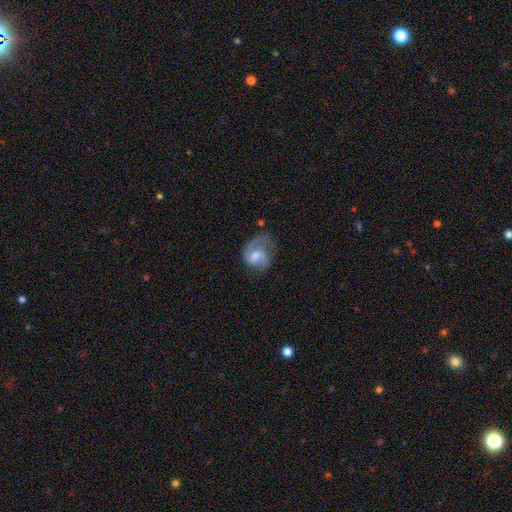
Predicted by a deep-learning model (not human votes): A featured or disk galaxy (58%) with a weak bar (50%), spiral arms (83%) and a moderate central bulge (40%).

Vote fractions:
- Smooth or featured? featured or disk: 58% / smooth: 35% / star or artifact: 7%
- Edge-on disk? no: 97% / yes: 3%
- Bar? weak: 50% / no: 36% / strong: 14%
- Spiral arms? yes: 83% / no: 17%
- Bulge size? moderate: 40% / small: 26% / none: 19% / large: 13% / dominant: 2%
- Merging? none: 35% / major disturbance: 33% / minor disturbance: 28% / merger: 4%